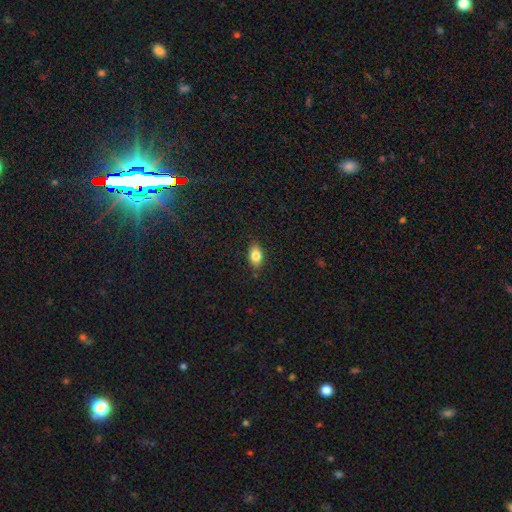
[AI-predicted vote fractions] smooth-or-featured: smooth: 80% | featured or disk: 11% | star or artifact: 9%
  how-rounded: in between: 86% | round: 11% | cigar-shaped: 3%
  merging: none: 86% | minor disturbance: 11% | major disturbance: 2% | merger: 1%